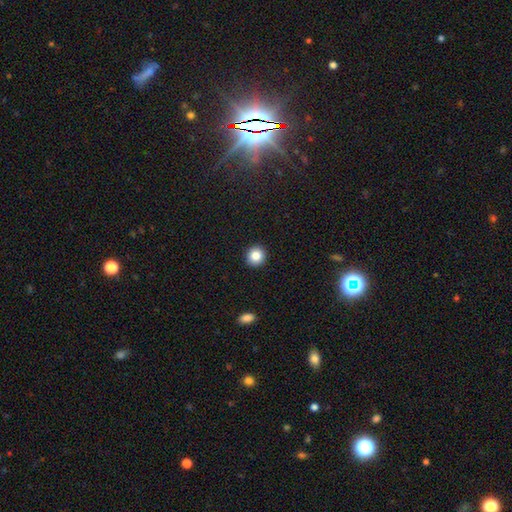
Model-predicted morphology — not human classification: A smooth galaxy with no disk features (85%) that is round (91%). Merging: none (93%).